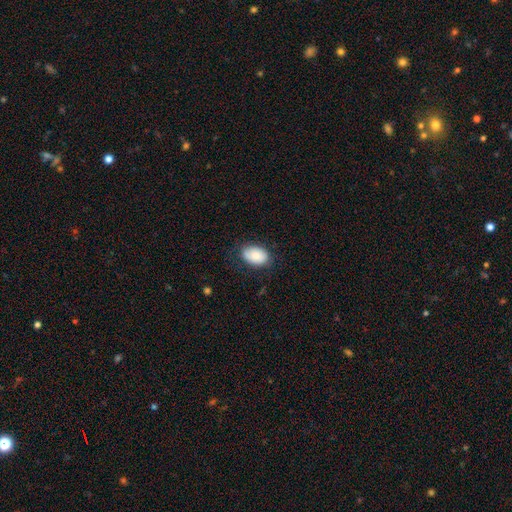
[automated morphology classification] Q: Smooth or featured?
A: smooth (85%); runner-up: featured or disk (8%)
Q: How rounded?
A: in between (87%); runner-up: round (12%)
Q: Merging?
A: none (76%); runner-up: minor disturbance (18%)